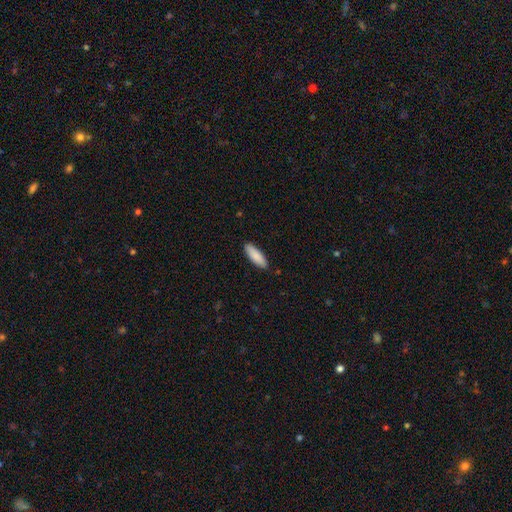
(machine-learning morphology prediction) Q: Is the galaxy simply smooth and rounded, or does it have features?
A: smooth — 88%.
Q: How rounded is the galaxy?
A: in between — 57%.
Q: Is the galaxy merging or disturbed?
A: none — 88%.